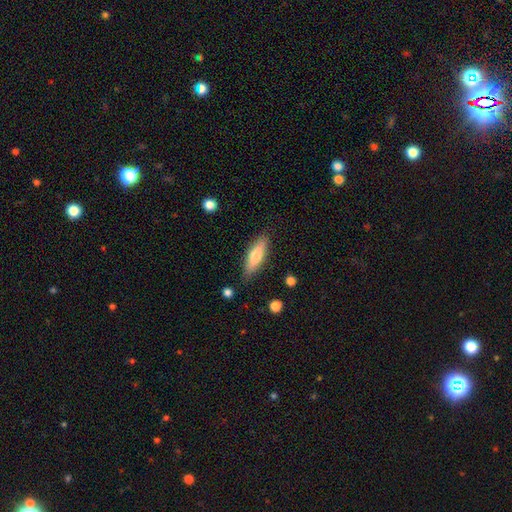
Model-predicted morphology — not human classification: smooth 65%, featured or disk 29%, star or artifact 6%. Down the decision tree: how rounded — cigar-shaped (57%); merging — none (84%).